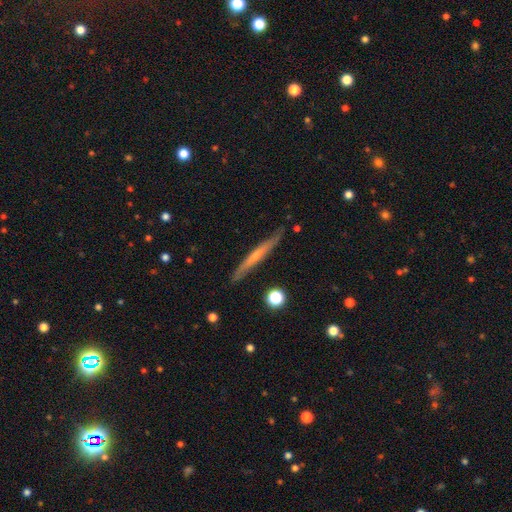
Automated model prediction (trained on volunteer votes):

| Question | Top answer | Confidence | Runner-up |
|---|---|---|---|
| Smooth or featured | featured or disk | 59% | smooth (34%) |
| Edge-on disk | yes | 95% | no (5%) |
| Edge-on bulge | none | 49% | rounded (46%) |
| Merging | none | 84% | minor disturbance (13%) |